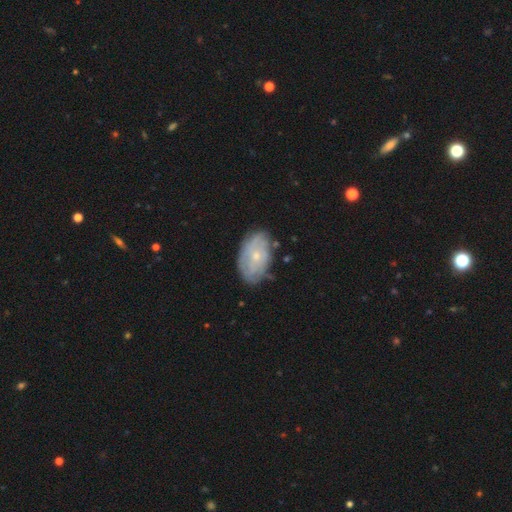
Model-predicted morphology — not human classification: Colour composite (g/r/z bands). It shows a featured or disk galaxy (56%) with no bar (84%), spiral arms (57%) and a small central bulge (69%). Merging: none (73%).